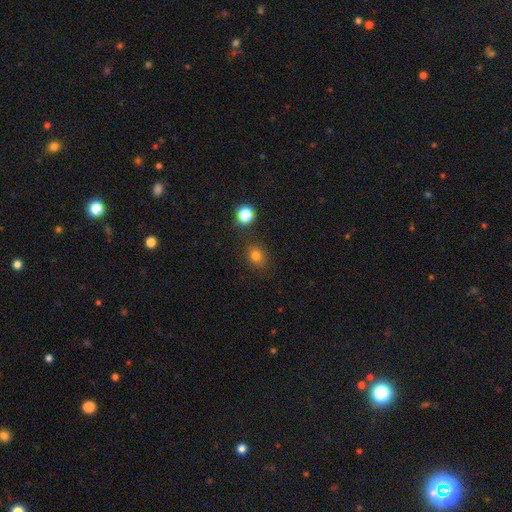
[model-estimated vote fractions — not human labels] smooth_or_featured: smooth (p=0.76) [alt: star or artifact p=0.17]
how_rounded: round (p=0.63) [alt: in between p=0.36]
merging: none (p=0.82) [alt: minor disturbance p=0.11]